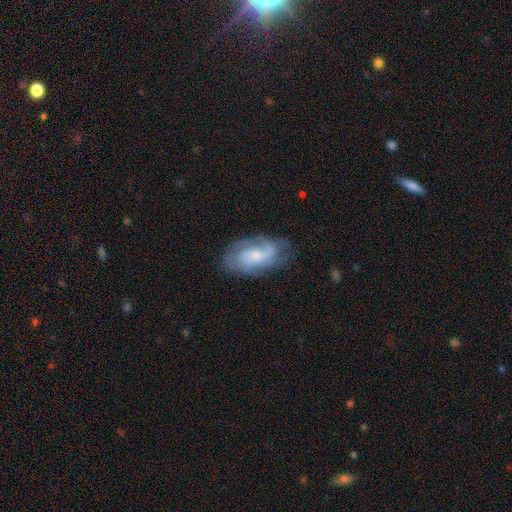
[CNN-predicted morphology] featured or disk 72%, smooth 22%, star or artifact 7%. Down the decision tree: edge-on disk — no (96%); bar — no (59%); spiral arms — yes (91%); spiral arm count — 2 (48%); spiral winding — medium (43%); bulge size — small (51%); merging — none (68%).